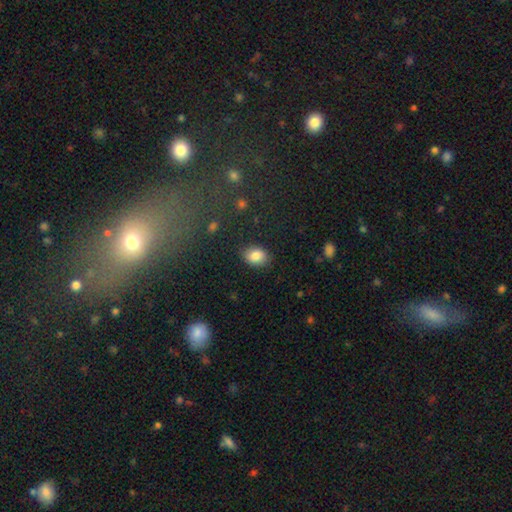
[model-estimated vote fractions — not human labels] This is clearly a smooth galaxy (84%). How rounded: likely in between (68%). Merging: clearly none (84%).